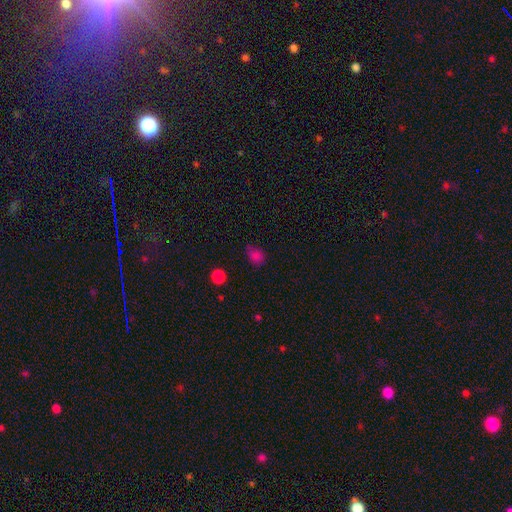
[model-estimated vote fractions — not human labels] The model was most divided on "how rounded": round: 53%, in between: 46%, cigar-shaped: 1%. More confident: smooth or featured — smooth (76%); merging — none (60%).